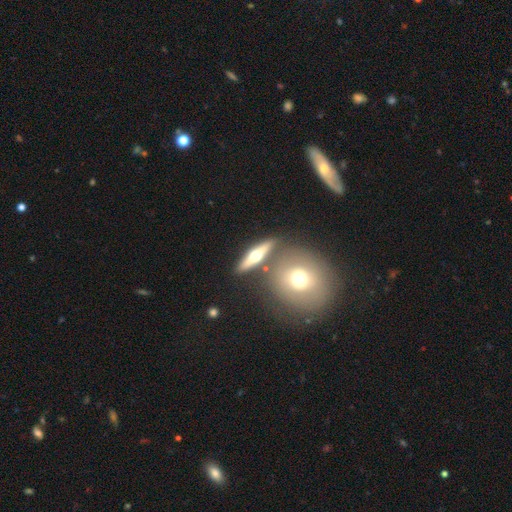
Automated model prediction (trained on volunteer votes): A featured or disk galaxy (57%) viewed edge-on (88%) with a rounded central bulge (95%).

Vote fractions:
- Smooth or featured? featured or disk: 57% / smooth: 36% / star or artifact: 7%
- Edge-on disk? yes: 88% / no: 12%
- Edge-on bulge? rounded: 95% / none: 2% / boxy: 2%
- Merging? none: 76% / merger: 11% / minor disturbance: 9% / major disturbance: 3%